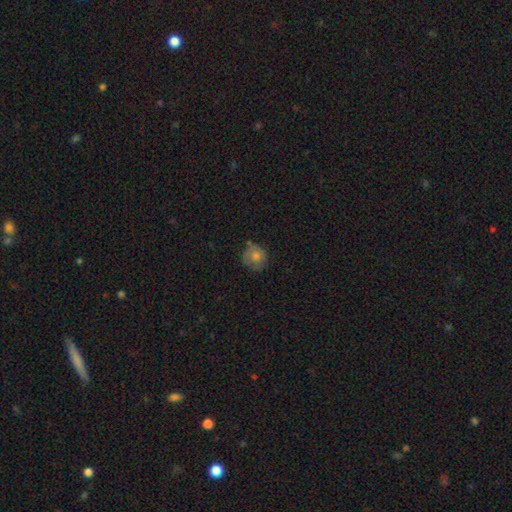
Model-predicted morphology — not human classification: smooth 66%, featured or disk 22%, star or artifact 12%. Down the decision tree: how rounded — round (84%); merging — none (67%).